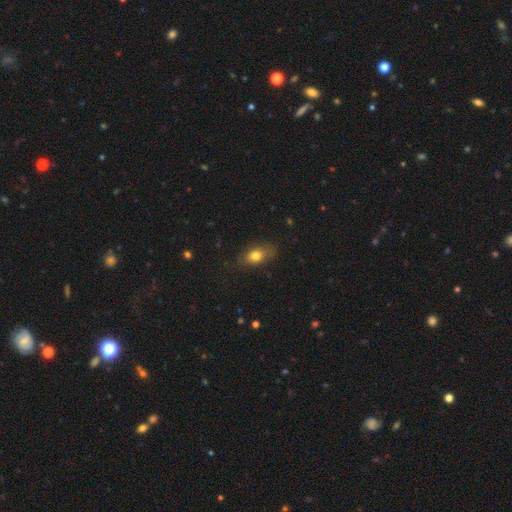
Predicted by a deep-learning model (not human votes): Smooth or featured?
  - smooth: 75% *
  - featured or disk: 15%
  - star or artifact: 10%
How rounded?
  - in between: 74% *
  - round: 19%
  - cigar-shaped: 7%
Merging?
  - none: 78% *
  - minor disturbance: 17%
  - major disturbance: 5%
  - merger: 1%